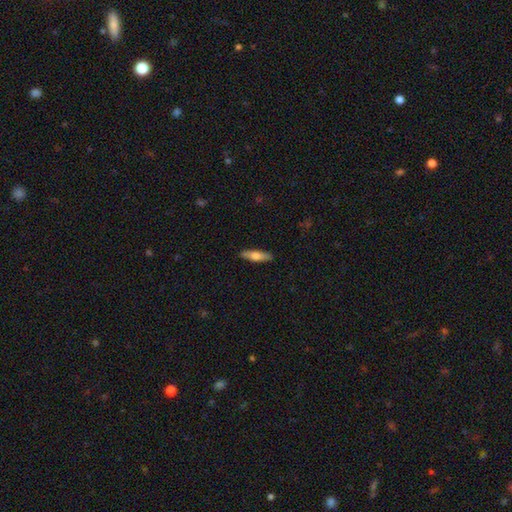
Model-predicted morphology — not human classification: Smooth or featured? smooth (63%)
How rounded? cigar-shaped (68%)
Merging? none (89%)